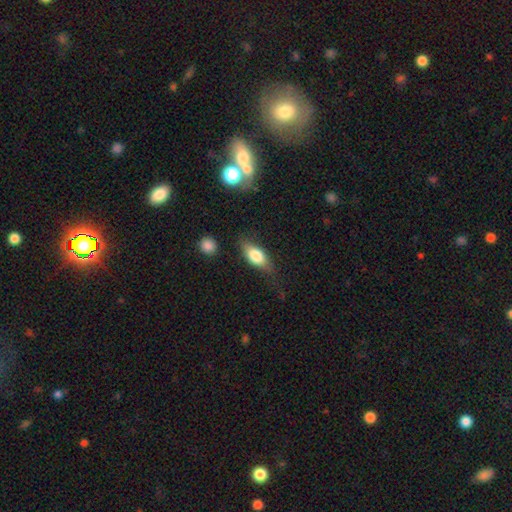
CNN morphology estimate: Smooth or featured?
  - smooth: 70% *
  - featured or disk: 23%
  - star or artifact: 7%
How rounded?
  - in between: 78% *
  - cigar-shaped: 17%
  - round: 5%
Merging?
  - none: 65% *
  - minor disturbance: 23%
  - major disturbance: 9%
  - merger: 3%